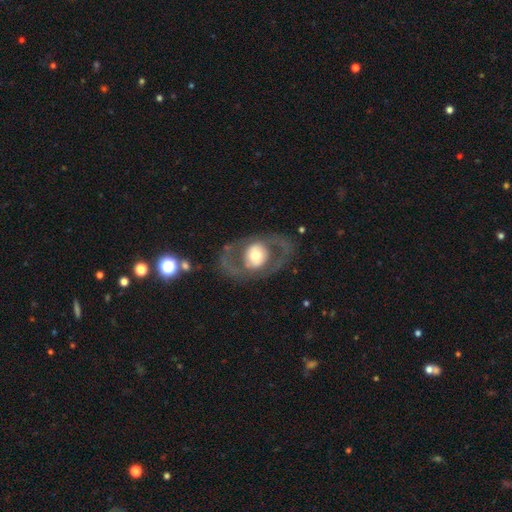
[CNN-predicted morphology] Q: Smooth or featured?
A: featured or disk (65%); runner-up: smooth (29%)
Q: Edge-on disk?
A: no (93%); runner-up: yes (7%)
Q: Bar?
A: no (69%); runner-up: weak (20%)
Q: Spiral arms?
A: no (64%); runner-up: yes (36%)
Q: Bulge size?
A: moderate (51%); runner-up: large (37%)
Q: Merging?
A: none (73%); runner-up: major disturbance (14%)